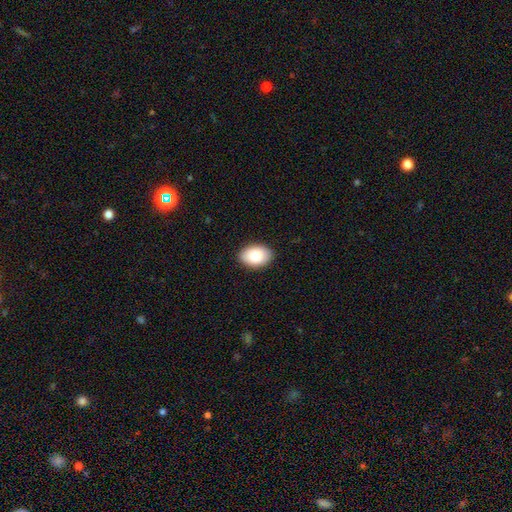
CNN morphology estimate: Overall: smooth (83%). How rounded: in between (87%). Merging: none (90%).